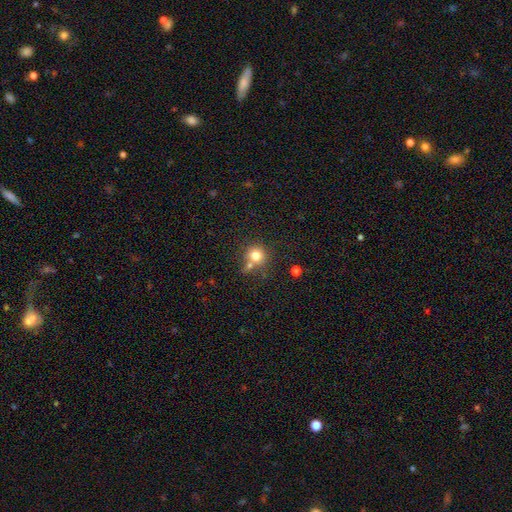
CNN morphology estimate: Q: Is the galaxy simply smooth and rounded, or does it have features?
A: smooth — 78%.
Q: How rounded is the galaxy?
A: round — 90%.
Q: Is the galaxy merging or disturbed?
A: none — 60%.